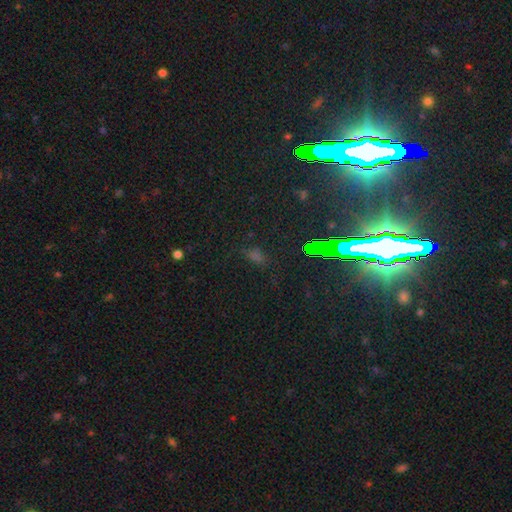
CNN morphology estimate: smooth-or-featured: star or artifact: 63% | smooth: 24% | featured or disk: 13%